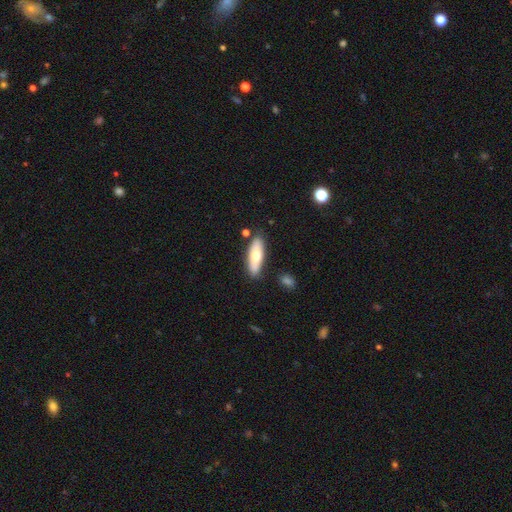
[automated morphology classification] Smooth or featured? Predicted: smooth (p=0.65). How rounded? Predicted: in between (p=0.58). Merging? Predicted: none (p=0.81).